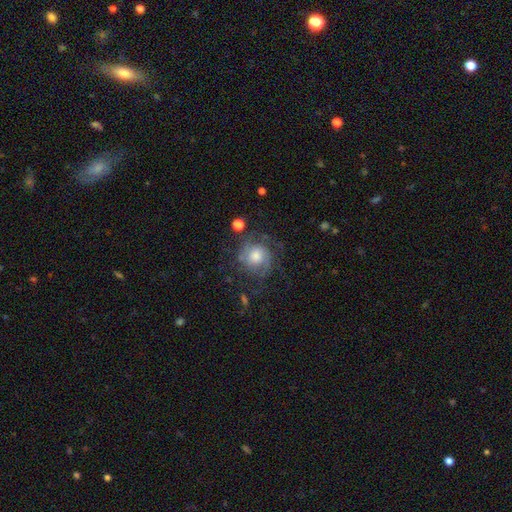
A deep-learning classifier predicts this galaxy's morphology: A featured or disk galaxy (60%) with no bar (73%), 2 (46%) tight (47%) spiral arms (87%) and a moderate central bulge (52%). Merging: none (67%).